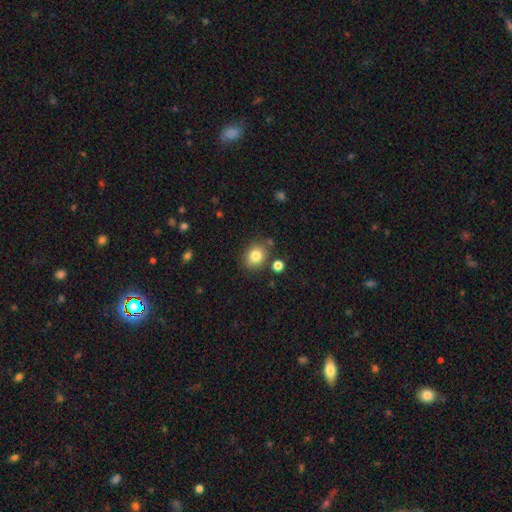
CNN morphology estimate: type=smooth (82%); roundness=round (59%); merging=none (79%).